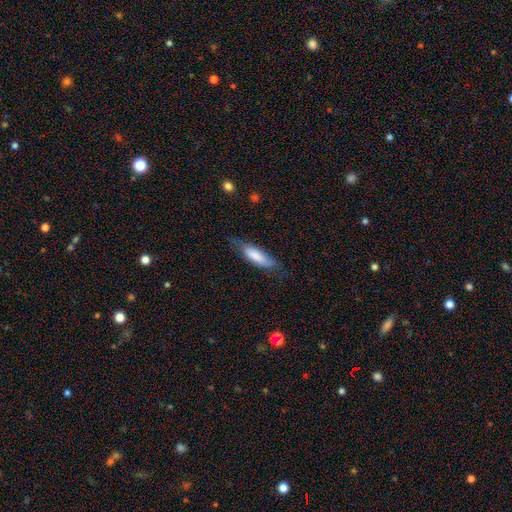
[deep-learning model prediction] Smooth or featured? Predicted: smooth (p=0.74). How rounded? Predicted: in between (p=0.55). Merging? Predicted: none (p=0.57).